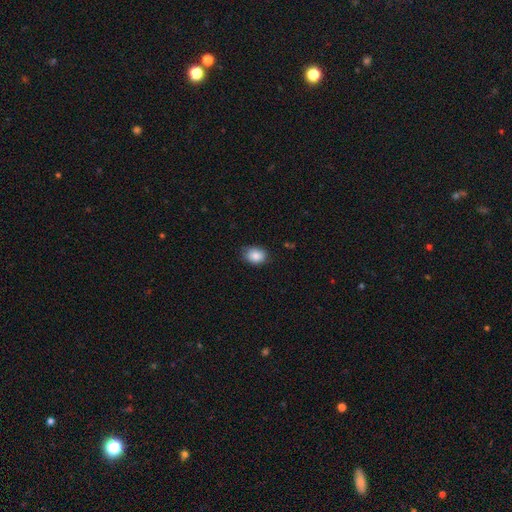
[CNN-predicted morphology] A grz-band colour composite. It shows a smooth galaxy with no disk features (86%) that is in between round and cigar-shaped (63%). Merging: none (74%).